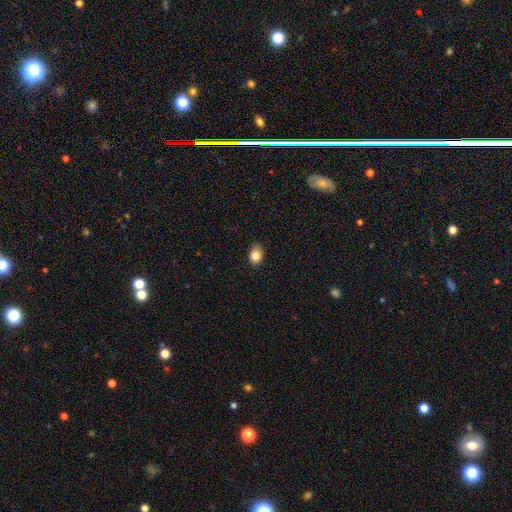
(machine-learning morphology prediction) Smooth or featured: smooth — 83% (star or artifact — 10%)
How rounded: in between — 67% (round — 32%)
Merging: none — 80% (minor disturbance — 17%)